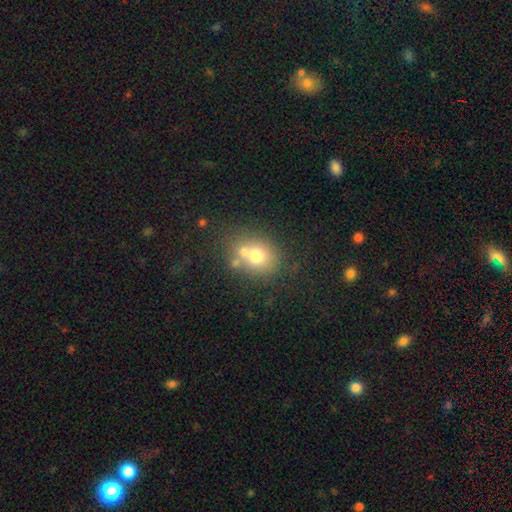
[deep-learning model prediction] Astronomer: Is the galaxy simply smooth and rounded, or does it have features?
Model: smooth — 67%.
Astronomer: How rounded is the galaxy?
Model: round — 66%.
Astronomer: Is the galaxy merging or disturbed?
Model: none — 50% (runner-up: merger, 32%).